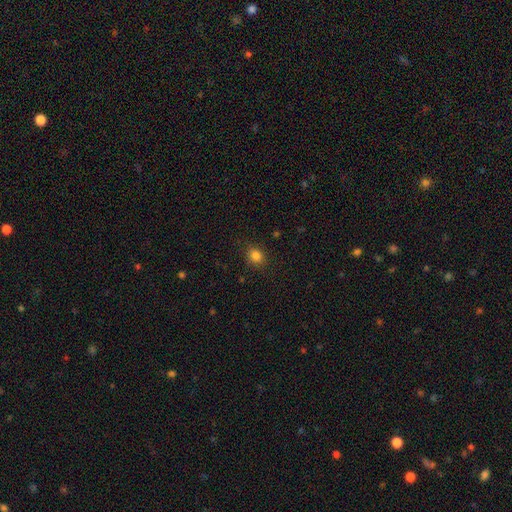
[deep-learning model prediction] Smooth or featured? smooth (83%)
How rounded? round (73%)
Merging? none (88%)